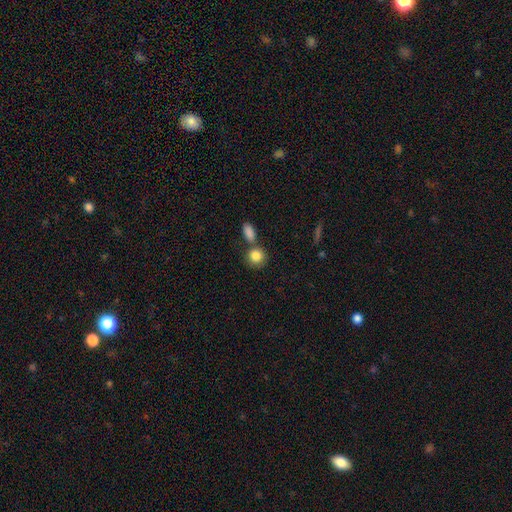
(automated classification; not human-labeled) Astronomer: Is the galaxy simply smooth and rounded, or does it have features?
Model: smooth — 85%.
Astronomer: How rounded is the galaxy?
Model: round — 79%.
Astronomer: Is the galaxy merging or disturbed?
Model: none — 59%.